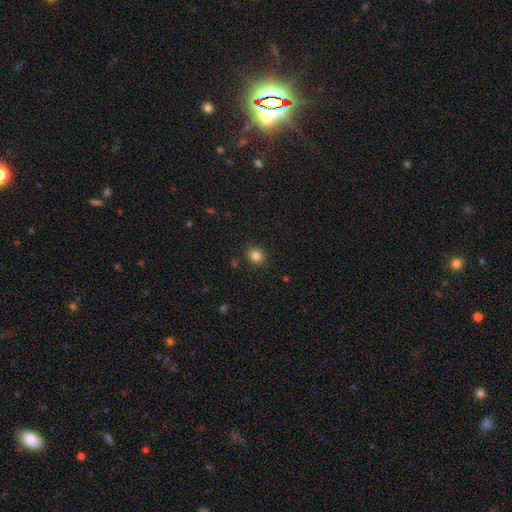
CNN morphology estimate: smooth_or_featured: smooth (p=0.84) [alt: star or artifact p=0.12]
how_rounded: round (p=0.79) [alt: in between p=0.20]
merging: none (p=0.88) [alt: minor disturbance p=0.08]